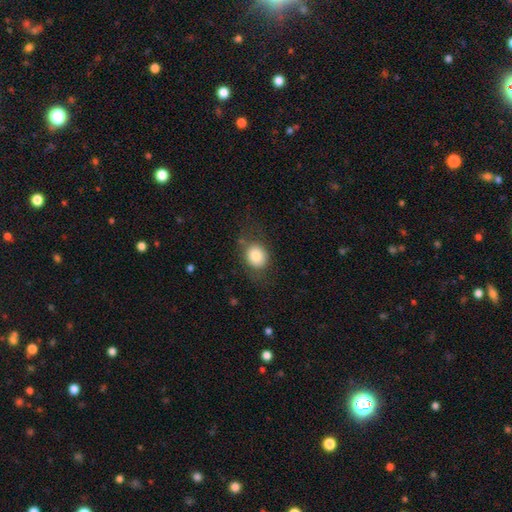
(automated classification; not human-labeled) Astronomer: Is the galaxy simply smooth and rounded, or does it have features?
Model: smooth — 81%.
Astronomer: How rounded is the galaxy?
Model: round — 63%.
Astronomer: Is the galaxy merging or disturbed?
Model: none — 68%.